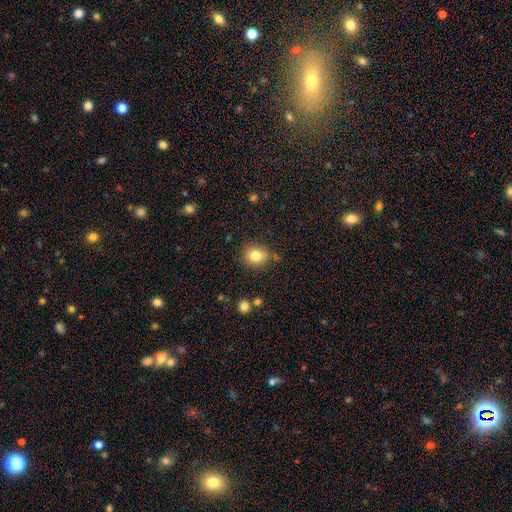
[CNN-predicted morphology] smooth-or-featured: smooth: 81% | star or artifact: 11% | featured or disk: 8%
  how-rounded: round: 68% | in between: 31% | cigar-shaped: 1%
  merging: none: 74% | minor disturbance: 17% | merger: 6% | major disturbance: 4%